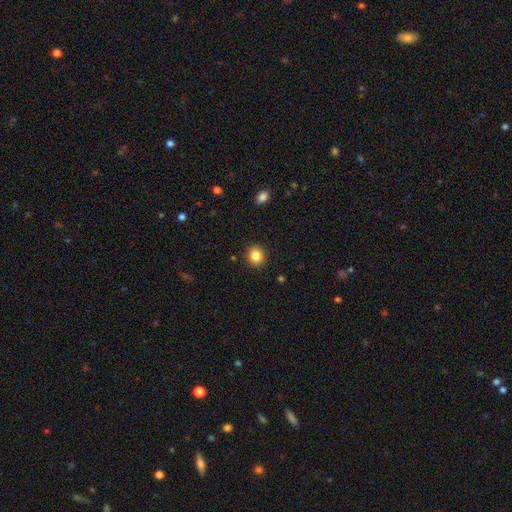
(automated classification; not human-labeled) Overall: smooth (84%). How rounded: round (81%). Merging: none (91%).